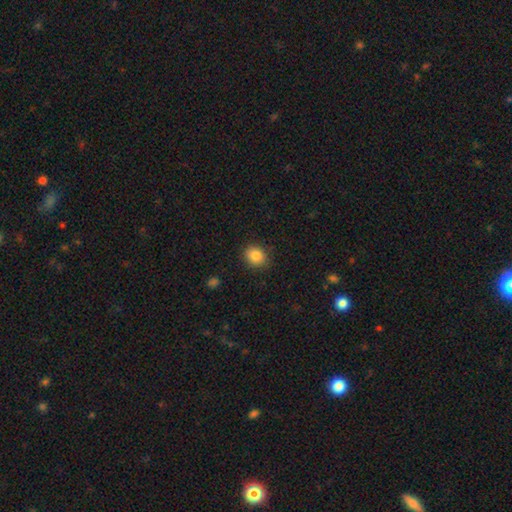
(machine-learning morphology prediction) The model was most divided on "how rounded": round: 58%, in between: 41%, cigar-shaped: 1%. More confident: merging — none (87%); smooth or featured — smooth (86%).